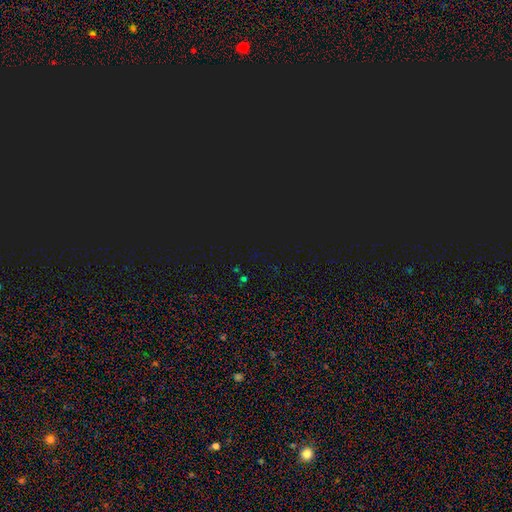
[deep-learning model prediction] This is likely a star or artifact rather than a galaxy (74%).